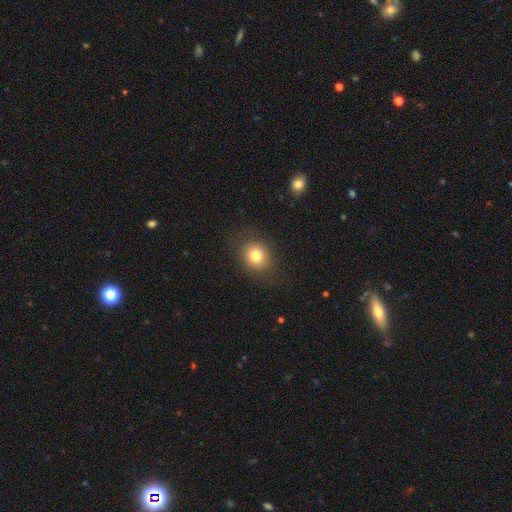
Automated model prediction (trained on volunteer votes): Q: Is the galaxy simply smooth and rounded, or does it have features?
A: smooth — 79%.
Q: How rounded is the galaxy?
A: round — 67%.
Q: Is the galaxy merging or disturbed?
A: none — 84%.